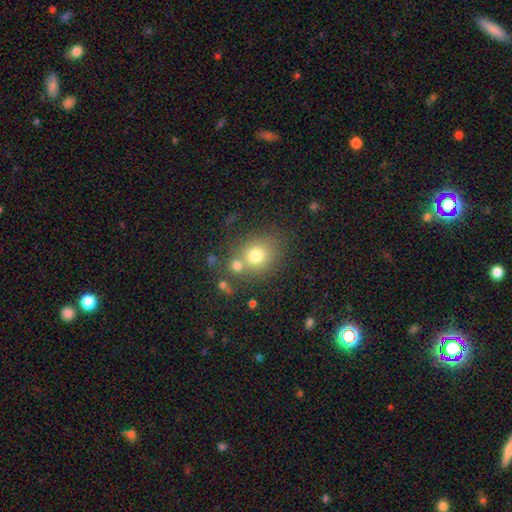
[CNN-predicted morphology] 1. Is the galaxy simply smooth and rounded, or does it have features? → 74% smooth, 13% star or artifact, 12% featured or disk.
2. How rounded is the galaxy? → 73% round, 26% in between, 1% cigar-shaped.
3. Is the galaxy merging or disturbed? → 57% none, 26% merger, 12% minor disturbance, 5% major disturbance.